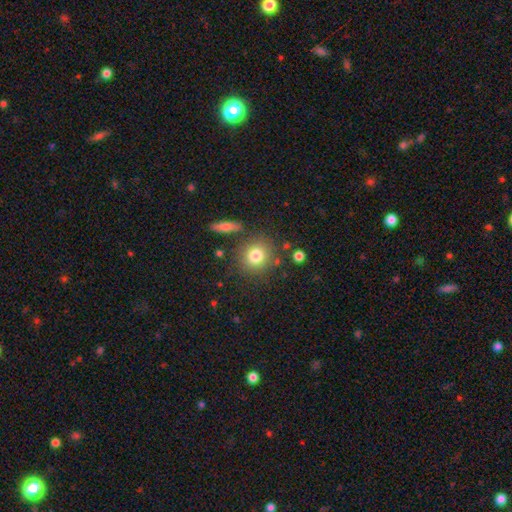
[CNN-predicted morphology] Smooth or featured? smooth (80%)
How rounded? round (86%)
Merging? none (81%)